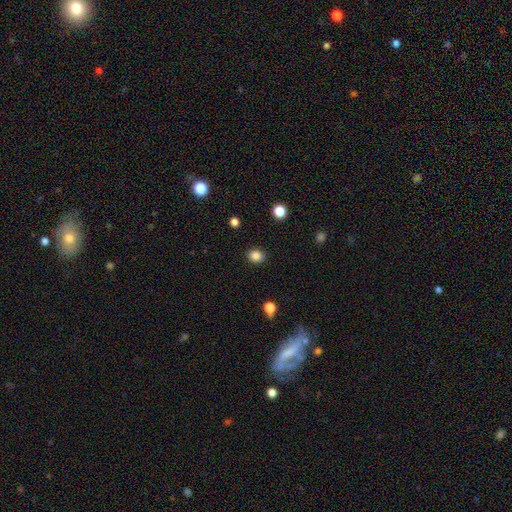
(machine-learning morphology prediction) Q: Smooth or featured?
A: smooth (85%); runner-up: star or artifact (11%)
Q: How rounded?
A: round (68%); runner-up: in between (31%)
Q: Merging?
A: none (90%); runner-up: minor disturbance (7%)